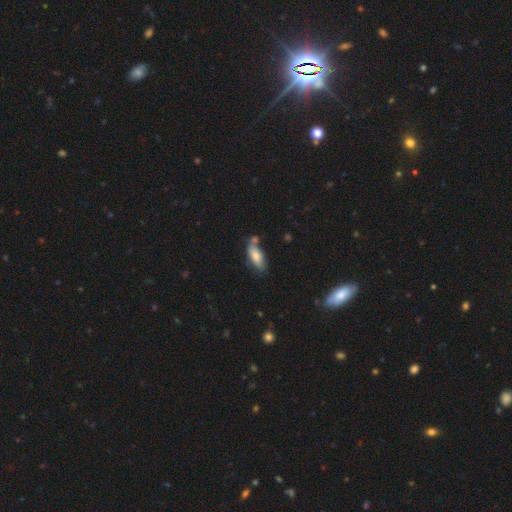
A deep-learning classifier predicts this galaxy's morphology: Smooth or featured? smooth (75%)
How rounded? in between (77%)
Merging? none (53%)